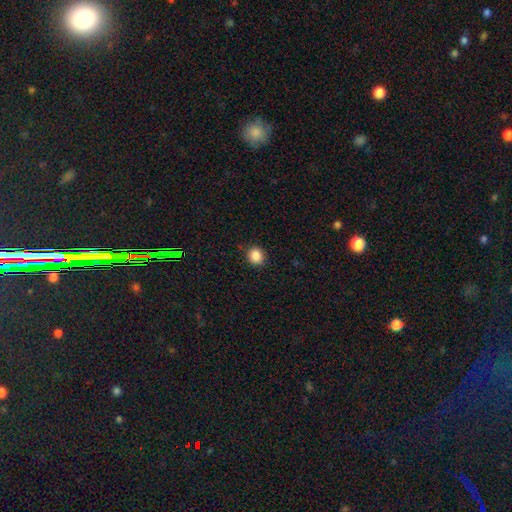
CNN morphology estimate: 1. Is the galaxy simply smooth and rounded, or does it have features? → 87% smooth, 10% star or artifact, 3% featured or disk.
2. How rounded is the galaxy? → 85% round, 14% in between, 1% cigar-shaped.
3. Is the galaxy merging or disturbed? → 89% none, 8% minor disturbance, 2% major disturbance, 1% merger.